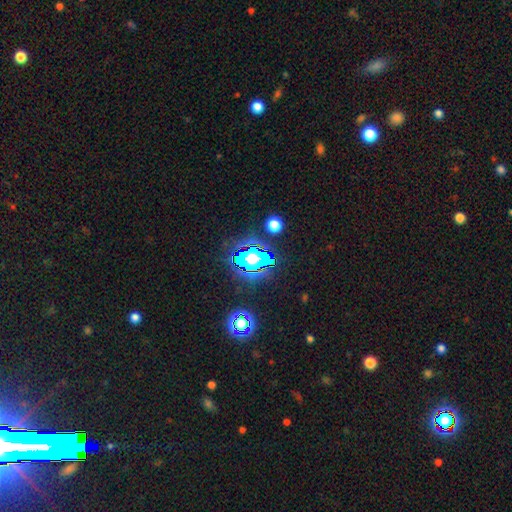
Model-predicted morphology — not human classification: star or artifact 77%, smooth 14%, featured or disk 9%.